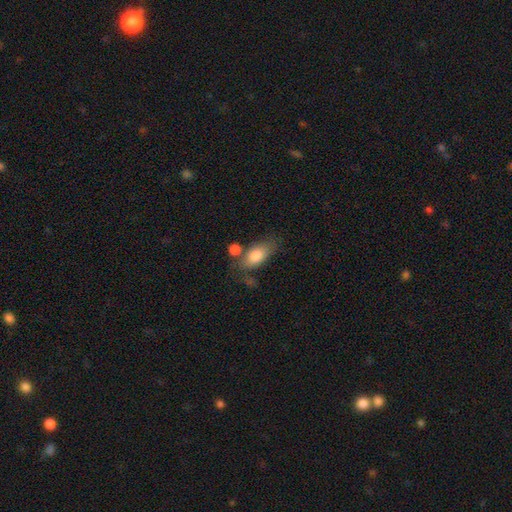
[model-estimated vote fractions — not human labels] This appears to be a smooth galaxy with no disk features (79%) that is in between round and cigar-shaped (85%). Merging: none (59%).